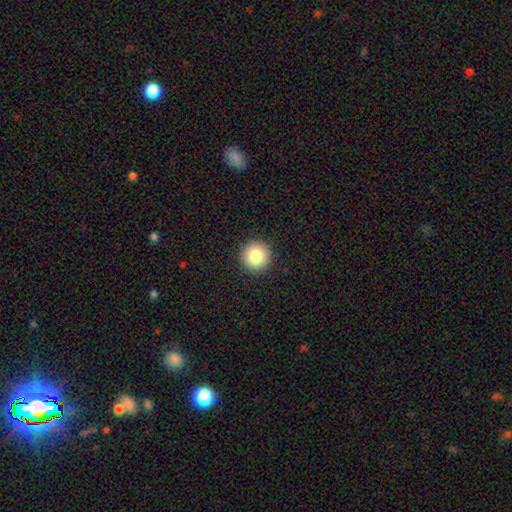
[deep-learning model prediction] Overall: smooth (82%). How rounded: round (96%). Merging: none (93%).